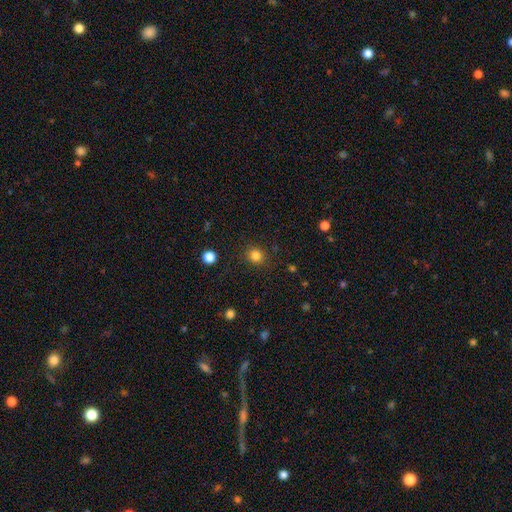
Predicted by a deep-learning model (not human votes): The model was most divided on "smooth or featured": smooth: 82%, star or artifact: 13%, featured or disk: 5%. More confident: merging — none (88%); how rounded — round (86%).